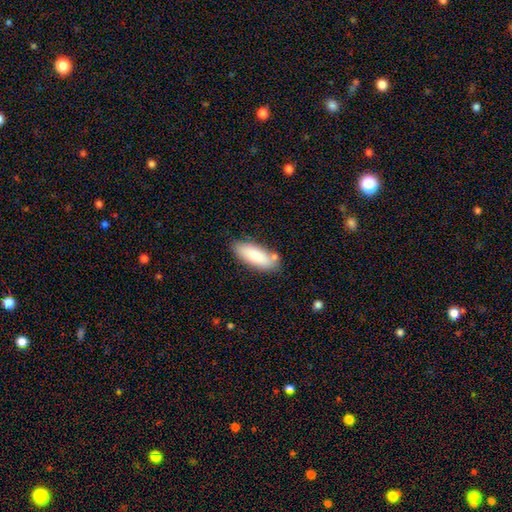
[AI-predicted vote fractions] Smooth or featured? smooth (82%)
How rounded? in between (73%)
Merging? none (76%)